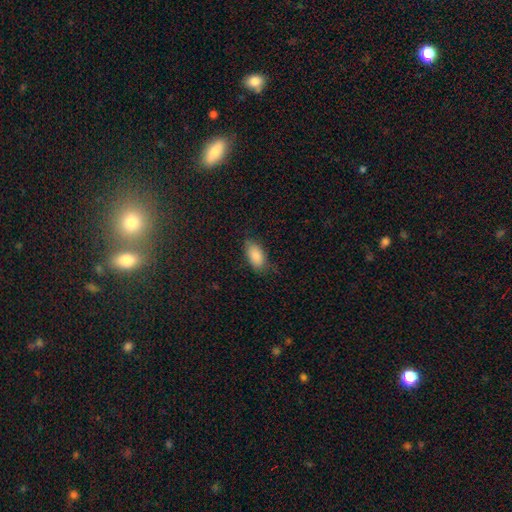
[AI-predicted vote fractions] This appears to be a smooth galaxy with no disk features (86%) that is in between round and cigar-shaped (93%). Merging: none (75%).